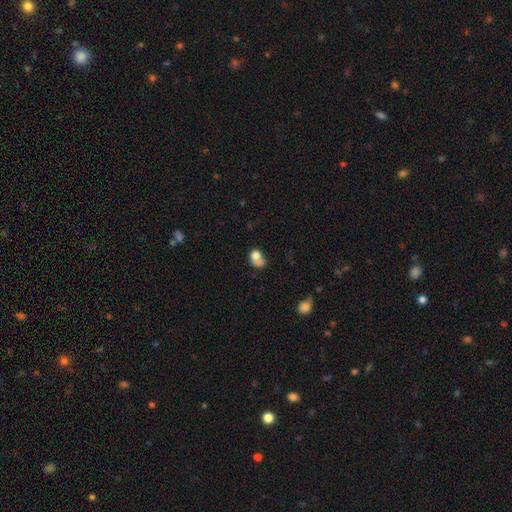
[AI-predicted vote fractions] Q: Smooth or featured?
A: smooth (73%); runner-up: featured or disk (16%)
Q: How rounded?
A: in between (53%); runner-up: round (46%)
Q: Merging?
A: merger (29%); tied with: none (29%)